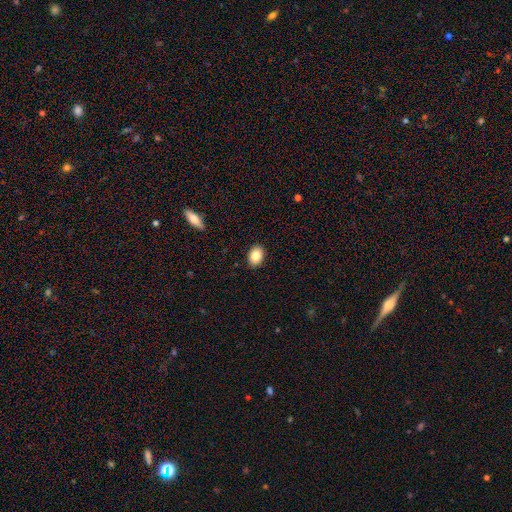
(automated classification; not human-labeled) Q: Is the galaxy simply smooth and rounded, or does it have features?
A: smooth — 84%.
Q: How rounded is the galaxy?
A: in between — 77%.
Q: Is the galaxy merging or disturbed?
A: none — 89%.